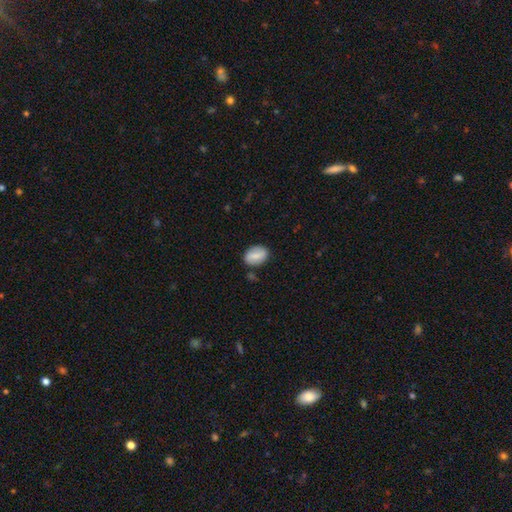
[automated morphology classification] The model was most divided on "smooth or featured": smooth: 72%, featured or disk: 20%, star or artifact: 7%. More confident: merging — none (80%); how rounded — in between (76%).